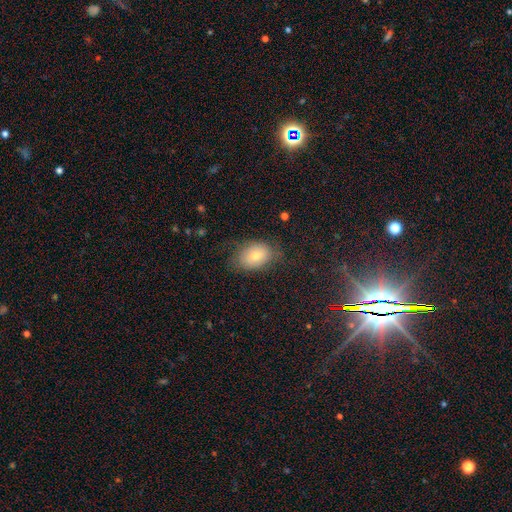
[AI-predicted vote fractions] A smooth galaxy with no disk features (66%) that is in between round and cigar-shaped (78%).

Vote fractions:
- Smooth or featured? smooth: 66% / featured or disk: 24% / star or artifact: 9%
- How rounded? in between: 78% / round: 21% / cigar-shaped: 1%
- Merging? none: 64% / minor disturbance: 23% / major disturbance: 11% / merger: 1%